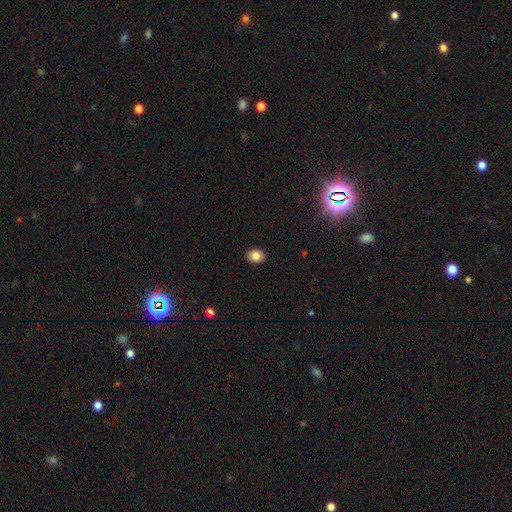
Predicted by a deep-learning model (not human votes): smooth-or-featured: smooth: 83% | star or artifact: 10% | featured or disk: 7%
  how-rounded: round: 51% | in between: 48% | cigar-shaped: 1%
  merging: none: 91% | minor disturbance: 6% | major disturbance: 2% | merger: 1%